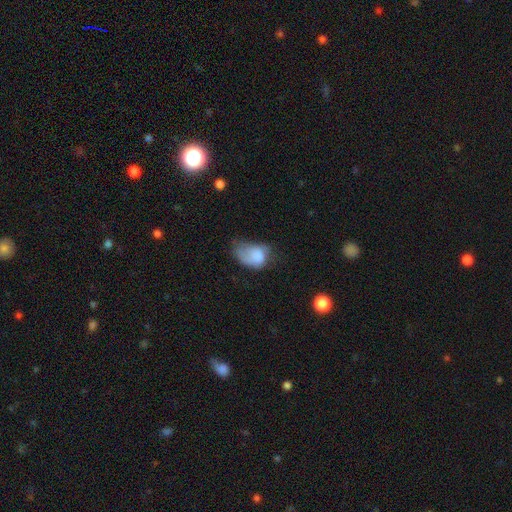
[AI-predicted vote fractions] Overall: smooth (71%). How rounded: in between (84%). Merging: major disturbance (42%; minor disturbance 33%).